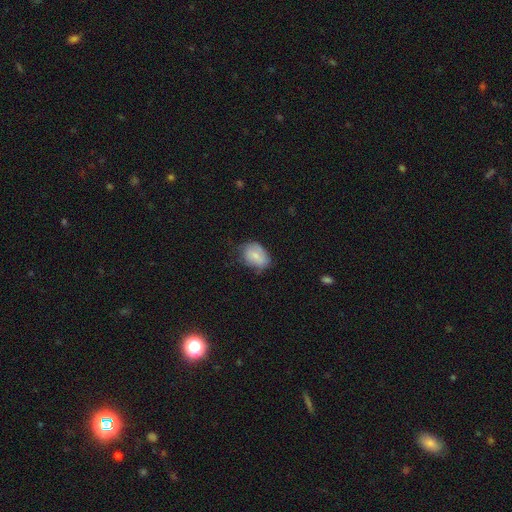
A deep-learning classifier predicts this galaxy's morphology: Smooth or featured: smooth — 72% (featured or disk — 20%)
How rounded: in between — 77% (round — 22%)
Merging: none — 53% (minor disturbance — 35%)